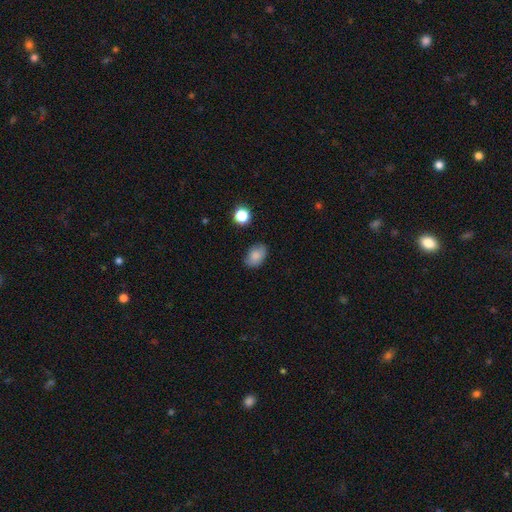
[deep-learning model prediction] Smooth or featured? Predicted: smooth (p=0.83). How rounded? Predicted: in between (p=0.85). Merging? Predicted: none (p=0.78).